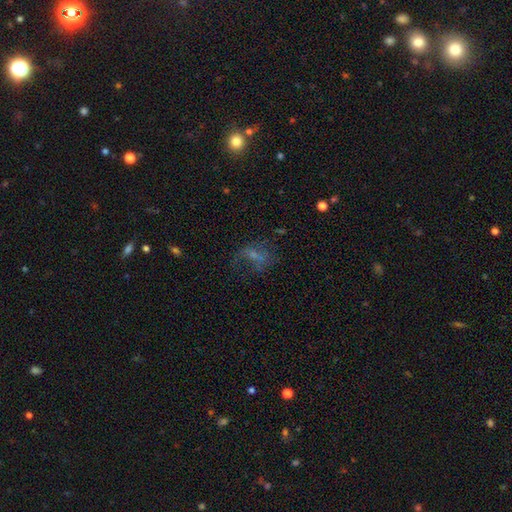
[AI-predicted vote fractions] Overall: featured or disk (45%; smooth 35%). Merging: none (41%; major disturbance 37%).